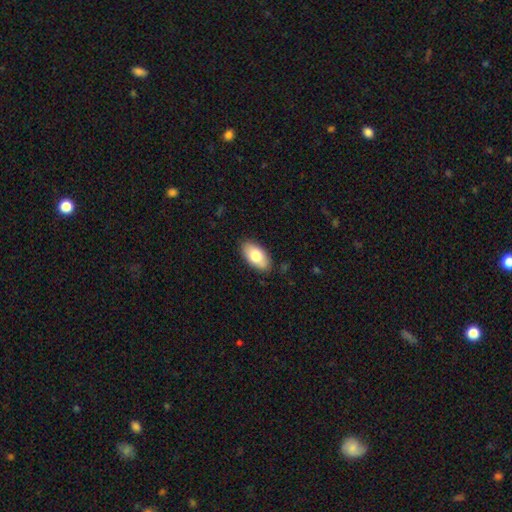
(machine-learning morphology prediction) Smooth or featured? Predicted: smooth (p=0.79). How rounded? Predicted: in between (p=0.94). Merging? Predicted: none (p=0.85).